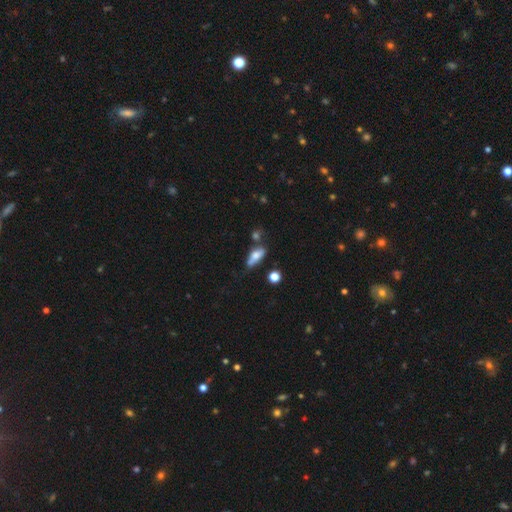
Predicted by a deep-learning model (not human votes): Morphology: type=smooth (65%); roundness=in between (70%); merging=none (42%).